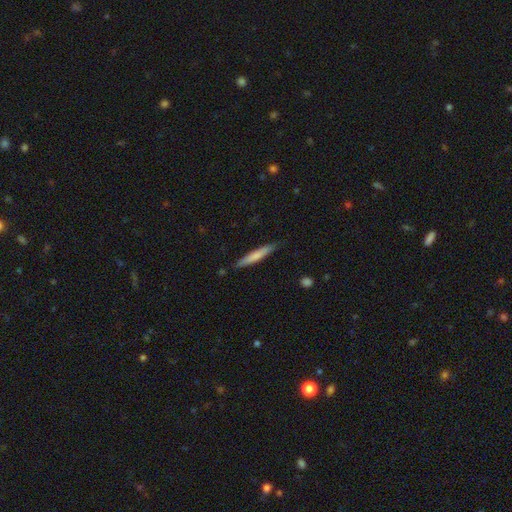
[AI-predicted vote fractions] smooth-or-featured: smooth: 70% | featured or disk: 25% | star or artifact: 5%
  how-rounded: cigar-shaped: 93% | in between: 5% | round: 1%
  merging: none: 84% | minor disturbance: 13% | major disturbance: 2% | merger: 2%